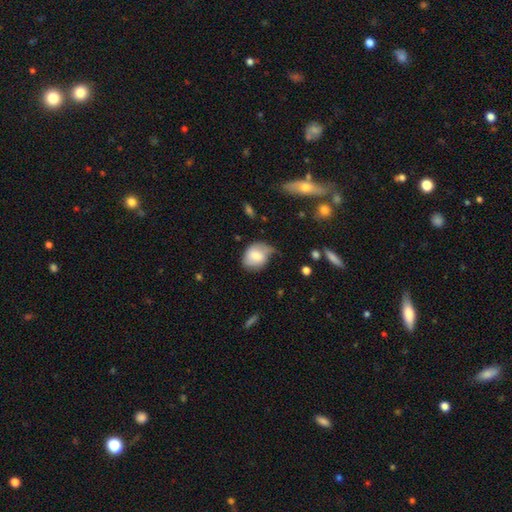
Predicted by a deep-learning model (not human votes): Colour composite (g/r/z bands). It shows a smooth galaxy with no disk features (70%) that is in between round and cigar-shaped (53%). Merging: none (42%).